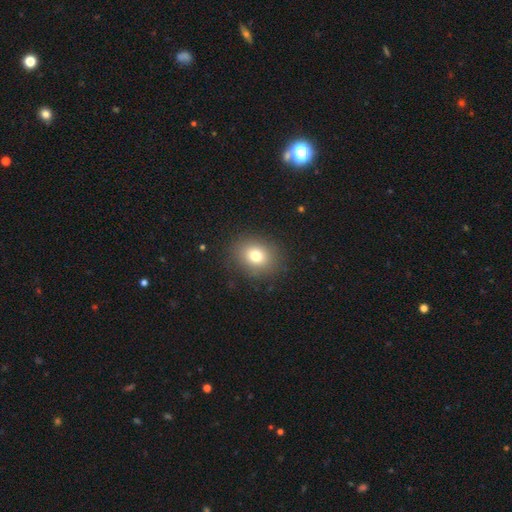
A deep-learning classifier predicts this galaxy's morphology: Smooth or featured? Predicted: smooth (p=0.76). How rounded? Predicted: round (p=0.59). Merging? Predicted: none (p=0.87).